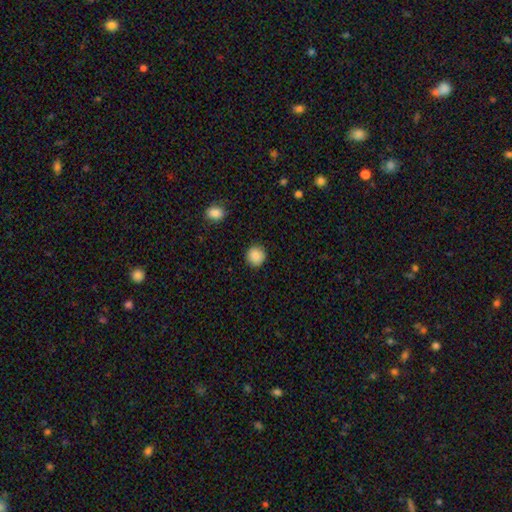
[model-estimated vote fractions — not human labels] Smooth or featured? Predicted: smooth (p=0.89). How rounded? Predicted: round (p=0.93). Merging? Predicted: none (p=0.91).